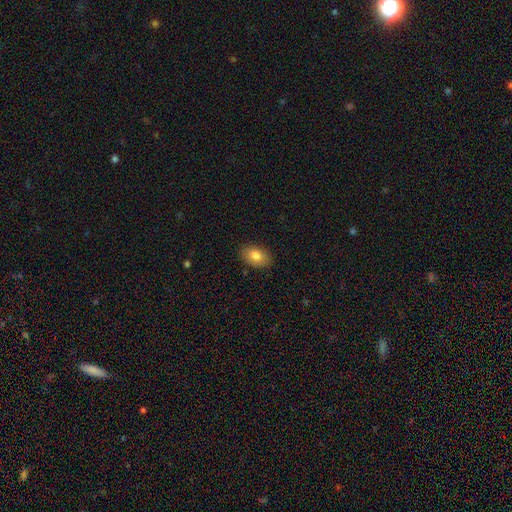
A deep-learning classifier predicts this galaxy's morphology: A smooth galaxy with no disk features (82%) that is in between round and cigar-shaped (90%).

Vote fractions:
- Smooth or featured? smooth: 82% / featured or disk: 11% / star or artifact: 7%
- How rounded? in between: 90% / round: 9% / cigar-shaped: 1%
- Merging? none: 87% / minor disturbance: 10% / major disturbance: 2% / merger: 1%